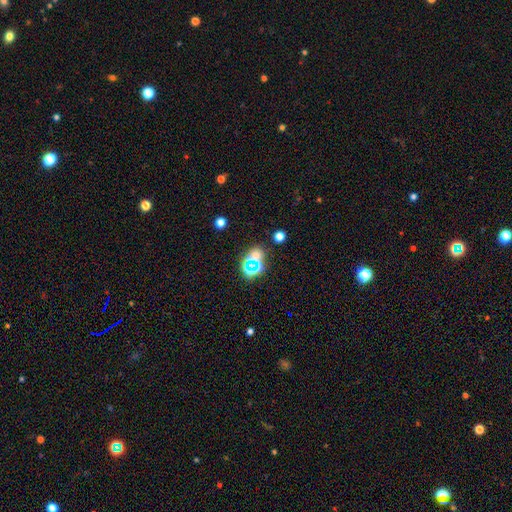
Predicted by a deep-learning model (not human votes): A star or artifact, not a galaxy (44%).